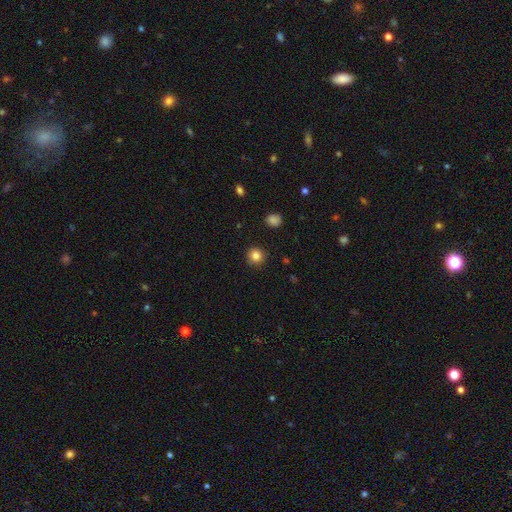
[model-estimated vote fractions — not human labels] smooth_or_featured: smooth (p=0.84) [alt: star or artifact p=0.11]
how_rounded: round (p=0.93) [alt: in between p=0.06]
merging: none (p=0.90) [alt: minor disturbance p=0.07]